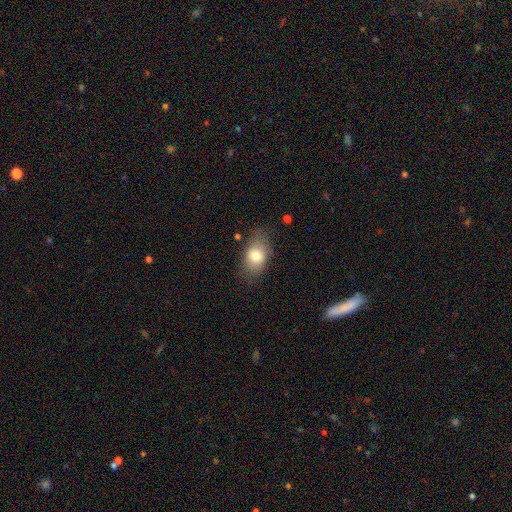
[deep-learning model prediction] smooth_or_featured: smooth (p=0.78) [alt: featured or disk p=0.14]
how_rounded: in between (p=0.83) [alt: round p=0.16]
merging: none (p=0.73) [alt: minor disturbance p=0.19]